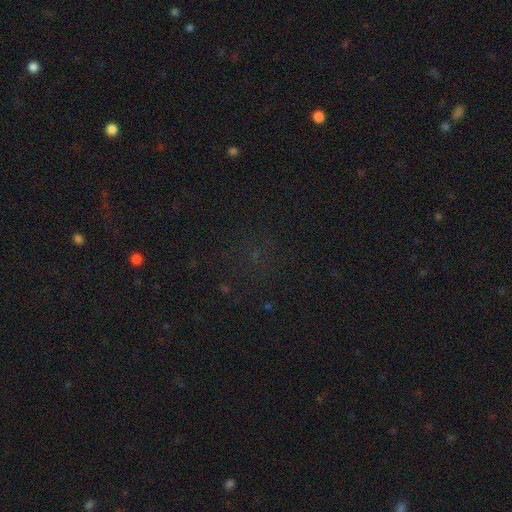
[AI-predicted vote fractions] smooth_or_featured: star or artifact (p=0.63) [alt: smooth p=0.26]